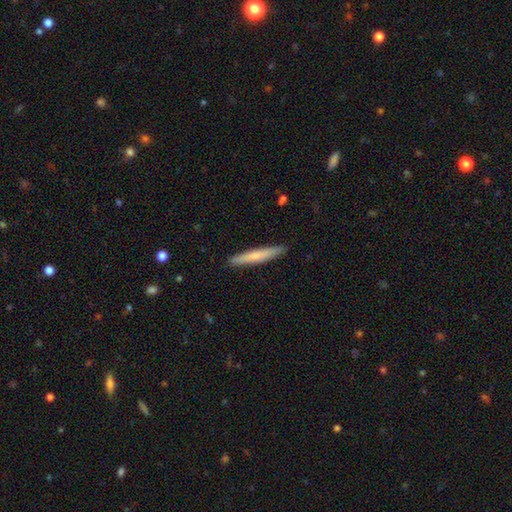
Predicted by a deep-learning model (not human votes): smooth-or-featured: smooth: 65% | featured or disk: 30% | star or artifact: 5%
  how-rounded: cigar-shaped: 95% | in between: 4% | round: 1%
  merging: none: 91% | minor disturbance: 7% | major disturbance: 1% | merger: 1%